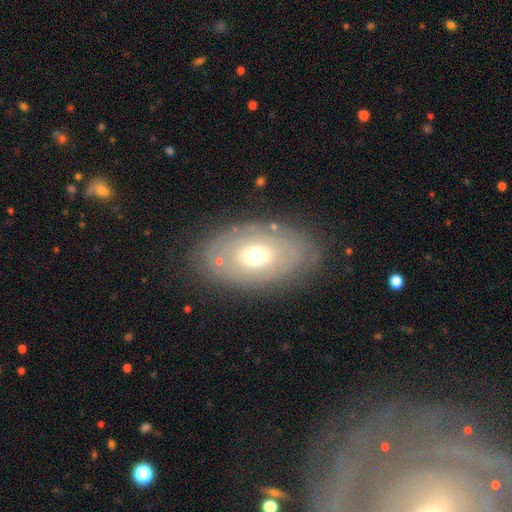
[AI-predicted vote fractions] This is possibly a featured or disk galaxy (50%). It is clearly not viewed edge-on (90%). Merging: likely none (78%).